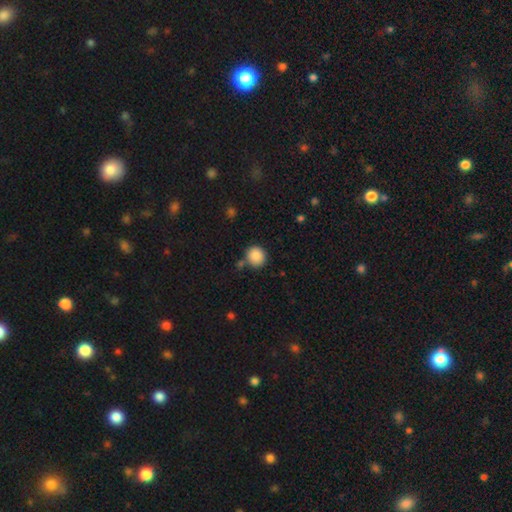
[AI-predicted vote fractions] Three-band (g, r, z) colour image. It shows a smooth galaxy with no disk features (88%) that is round (87%). Merging: none (77%).